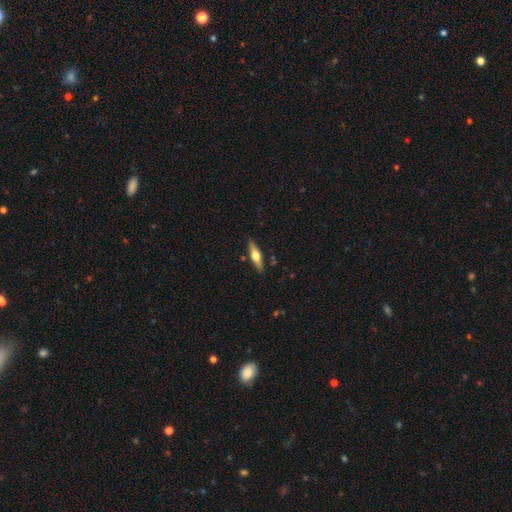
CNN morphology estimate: Smooth or featured?
  - featured or disk: 56% *
  - smooth: 38%
  - star or artifact: 6%
Edge-on disk?
  - yes: 93% *
  - no: 7%
Edge-on bulge?
  - rounded: 94% *
  - boxy: 4%
  - none: 2%
Merging?
  - none: 86% *
  - minor disturbance: 10%
  - merger: 2%
  - major disturbance: 2%